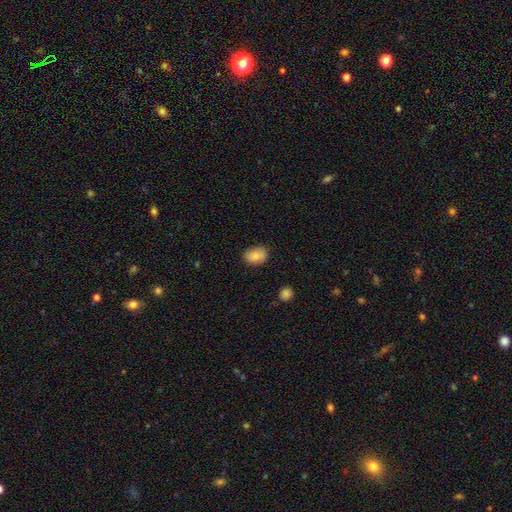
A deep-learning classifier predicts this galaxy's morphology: Smooth or featured: smooth — 83% (featured or disk — 9%)
How rounded: in between — 74% (round — 25%)
Merging: none — 76% (minor disturbance — 18%)